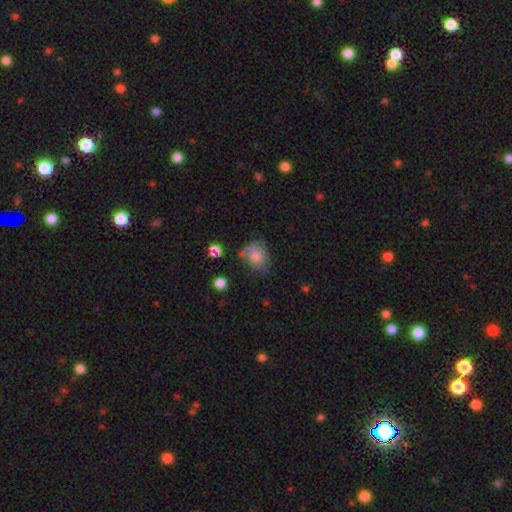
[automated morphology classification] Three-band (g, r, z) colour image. It shows a smooth galaxy with no disk features (71%) that is in between round and cigar-shaped (54%). Merging: none (42%).